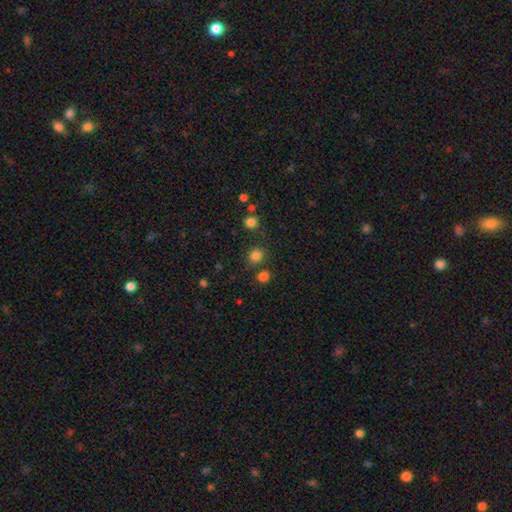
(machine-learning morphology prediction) The model was most divided on "how rounded": round: 79%, in between: 20%, cigar-shaped: 1%. More confident: smooth or featured — smooth (81%); merging — none (78%).